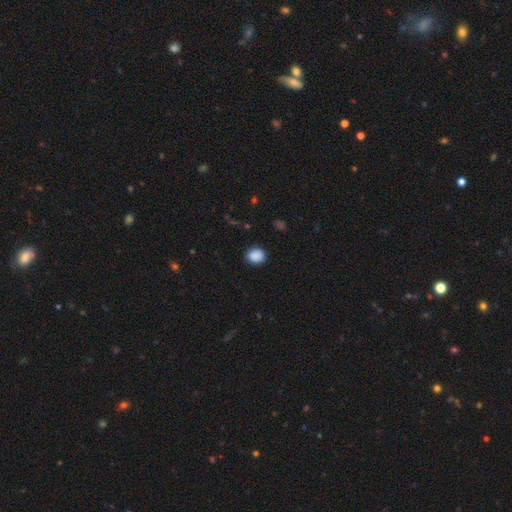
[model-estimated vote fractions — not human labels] The model was most divided on "how rounded": round: 67%, in between: 32%, cigar-shaped: 1%. More confident: smooth or featured — smooth (89%); merging — none (87%).